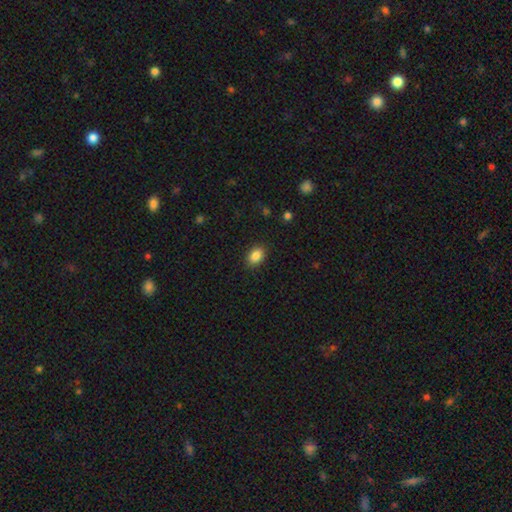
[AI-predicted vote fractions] A smooth galaxy with no disk features (86%) that is in between round and cigar-shaped (74%). Merging: none (88%).